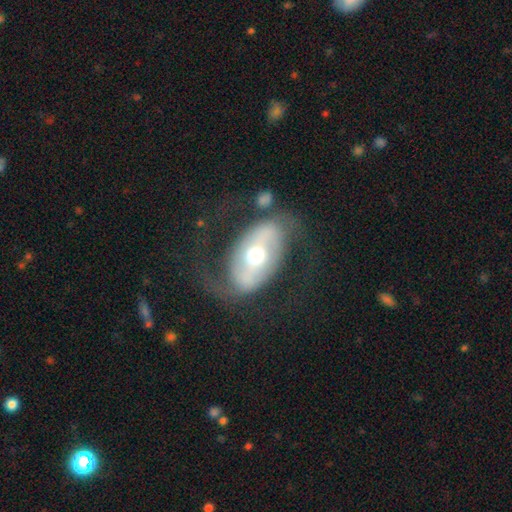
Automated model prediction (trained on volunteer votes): A featured or disk galaxy (72%) with a strong bar (43%), spiral arms (67%) and a moderate central bulge (72%). Merging: none (63%).